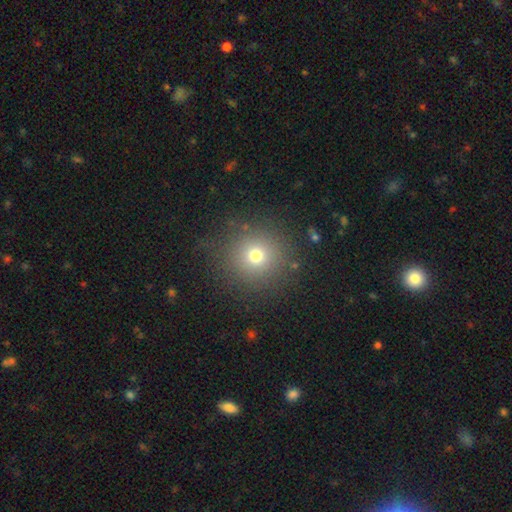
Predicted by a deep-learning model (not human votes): This appears to be a smooth galaxy with no disk features (71%) that is round (92%). Merging: none (84%).